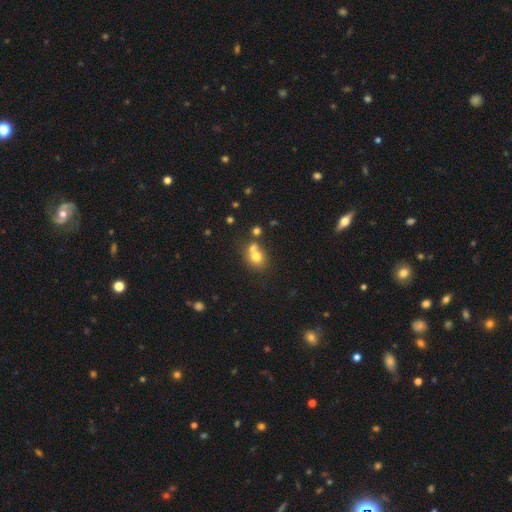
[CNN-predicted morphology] smooth 72%, featured or disk 15%, star or artifact 13%. Down the decision tree: how rounded — round (68%); merging — merger (45%).